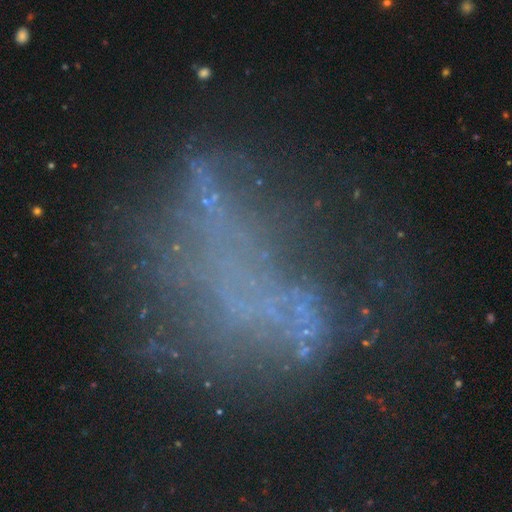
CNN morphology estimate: This is marginally a featured or disk galaxy (43%). Merging: marginally none (40%).